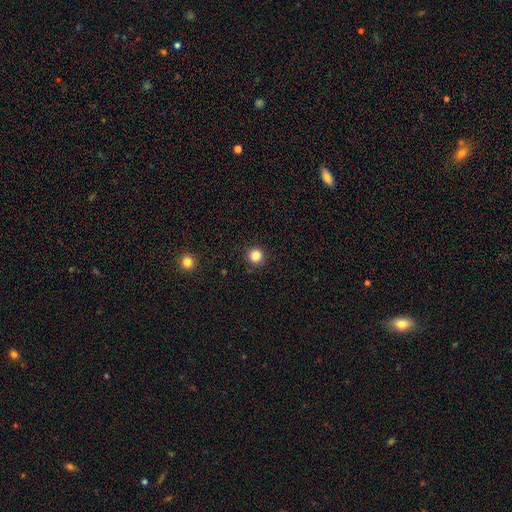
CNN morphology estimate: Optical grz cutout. It shows a smooth galaxy with no disk features (84%) that is round (94%). Merging: none (91%).